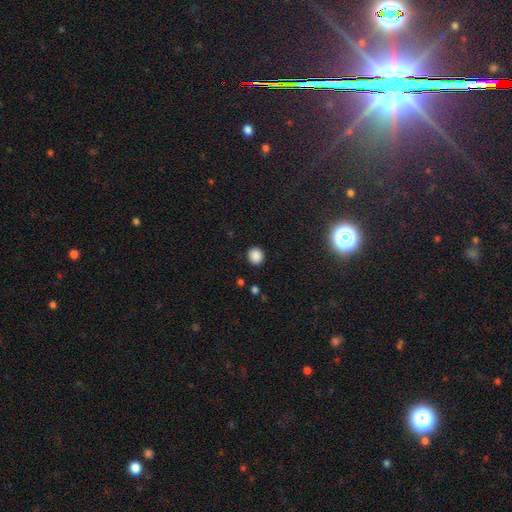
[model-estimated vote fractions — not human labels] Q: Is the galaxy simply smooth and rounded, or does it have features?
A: smooth — 87%.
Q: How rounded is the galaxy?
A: round — 84%.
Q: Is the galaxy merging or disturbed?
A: none — 90%.